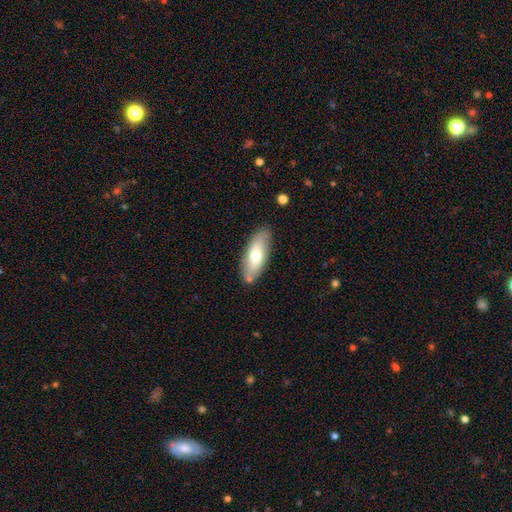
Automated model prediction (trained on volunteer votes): smooth 64%, featured or disk 30%, star or artifact 6%. Down the decision tree: how rounded — in between (74%); merging — none (80%).